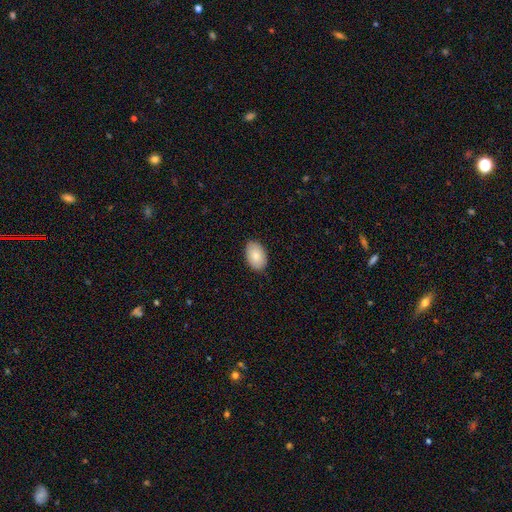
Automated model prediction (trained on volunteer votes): Smooth or featured?
  - smooth: 84% *
  - featured or disk: 10%
  - star or artifact: 6%
How rounded?
  - in between: 91% *
  - round: 8%
  - cigar-shaped: 1%
Merging?
  - none: 87% *
  - minor disturbance: 10%
  - major disturbance: 2%
  - merger: 1%